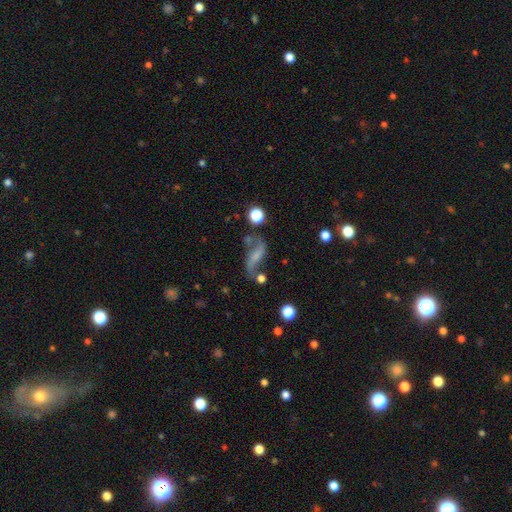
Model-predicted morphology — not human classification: smooth-or-featured: featured or disk: 70% | smooth: 19% | star or artifact: 11%
  disk-edge-on: no: 93% | yes: 7%
    bar: no: 38% | weak: 36% | strong: 25%
    has-spiral-arms: yes: 90% | no: 10%
      spiral-winding: loose: 87% | medium: 9% | tight: 3%
      spiral-arm-count: 2: 90% | 1: 4% | can't tell: 3% | 3: 1% | 4: 1% | more than 4: 1%
    bulge-size: none: 45% | small: 33% | moderate: 16% | large: 4% | dominant: 2%
  merging: none: 50% | minor disturbance: 20% | major disturbance: 16% | merger: 14%